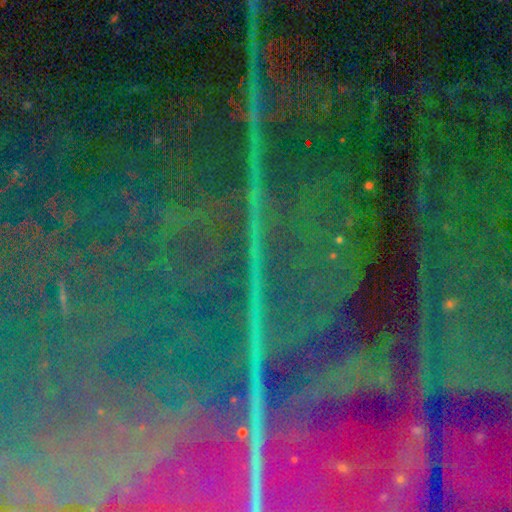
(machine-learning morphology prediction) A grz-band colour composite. It shows a star or artifact, not a galaxy (88%).